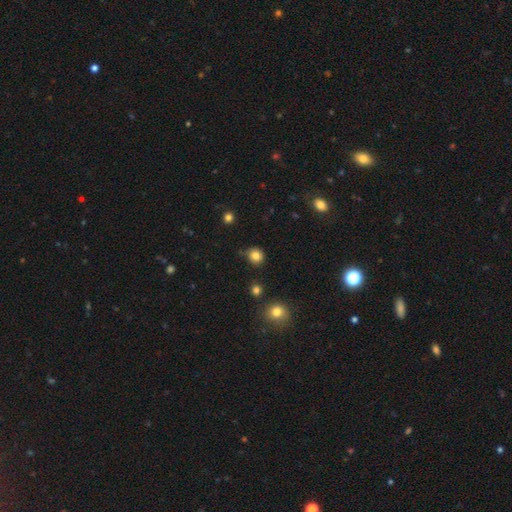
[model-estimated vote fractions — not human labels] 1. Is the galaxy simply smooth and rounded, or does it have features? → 83% smooth, 12% star or artifact, 5% featured or disk.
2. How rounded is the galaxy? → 84% round, 15% in between, 1% cigar-shaped.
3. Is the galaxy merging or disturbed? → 78% none, 16% minor disturbance, 3% major disturbance, 3% merger.